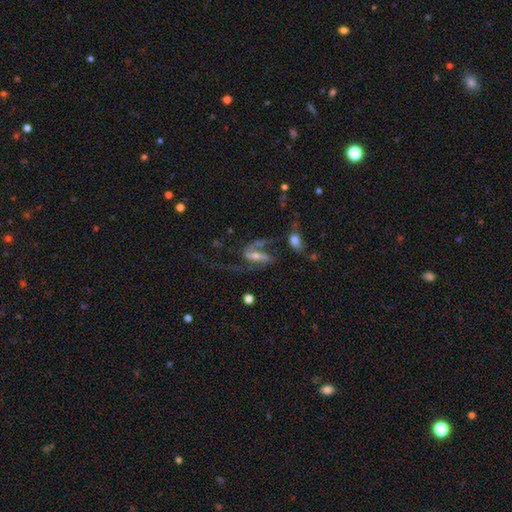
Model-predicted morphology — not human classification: smooth_or_featured: featured or disk (p=0.80) [alt: smooth p=0.11]
disk_edge_on: no (p=0.94) [alt: yes p=0.06]
bar: strong (p=0.41) [alt: weak p=0.38]
has_spiral_arms: yes (p=0.90) [alt: no p=0.10]
spiral_winding: loose (p=0.65) [alt: medium p=0.28]
spiral_arm_count: 2 (p=0.84) [alt: 1 p=0.08]
bulge_size: small (p=0.43) [alt: moderate p=0.41]
merging: none (p=0.39) [alt: major disturbance p=0.33]